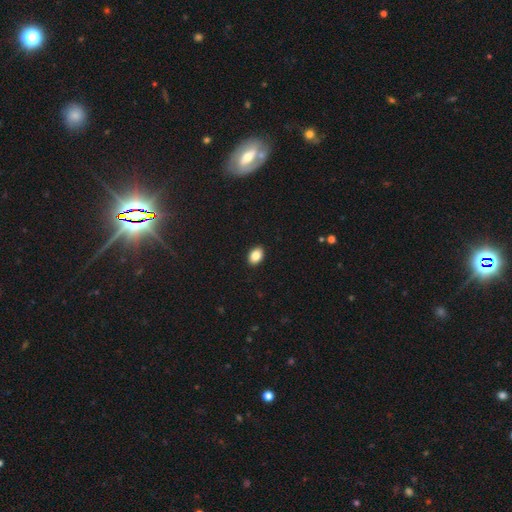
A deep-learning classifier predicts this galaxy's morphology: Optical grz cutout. It shows a smooth galaxy with no disk features (85%) that is in between round and cigar-shaped (82%). Merging: none (91%).